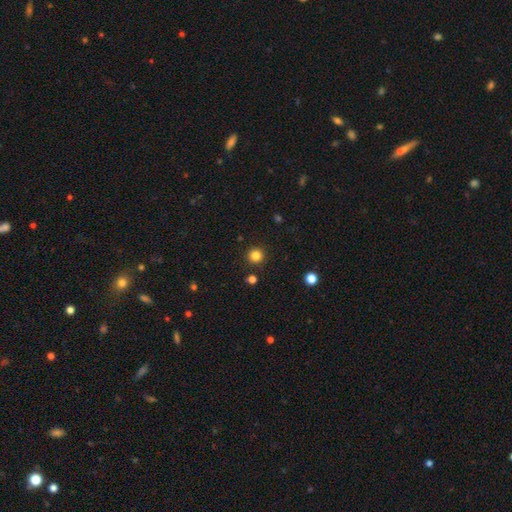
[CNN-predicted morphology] The model was most divided on "smooth or featured": smooth: 83%, star or artifact: 13%, featured or disk: 4%. More confident: how rounded — round (95%); merging — none (91%).